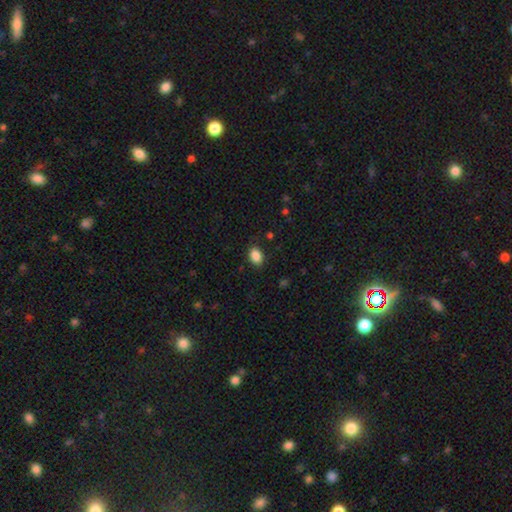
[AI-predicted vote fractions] This is clearly a smooth galaxy (88%). How rounded: clearly in between (81%). Merging: clearly none (83%).